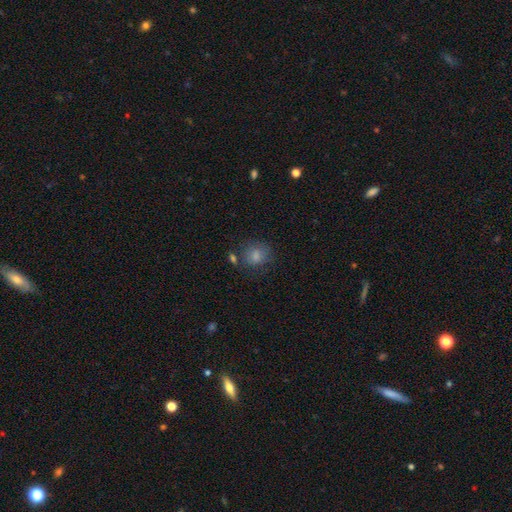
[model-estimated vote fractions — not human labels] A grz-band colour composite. It shows a smooth galaxy with no disk features (80%) that is round (72%). Merging: none (69%).